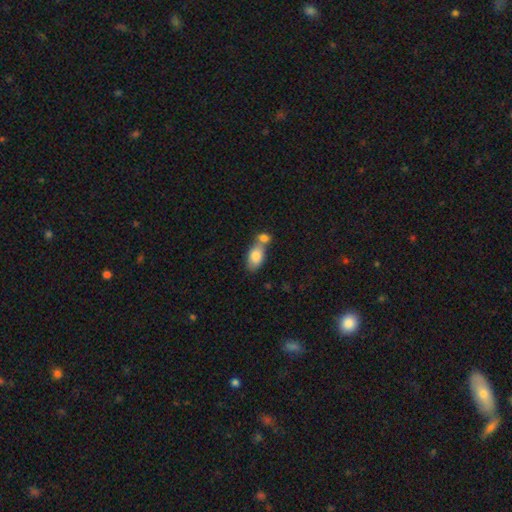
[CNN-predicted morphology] Smooth or featured?
  - smooth: 81% *
  - featured or disk: 12%
  - star or artifact: 7%
How rounded?
  - in between: 89% *
  - round: 8%
  - cigar-shaped: 3%
Merging?
  - merger: 55% *
  - none: 31%
  - minor disturbance: 10%
  - major disturbance: 4%